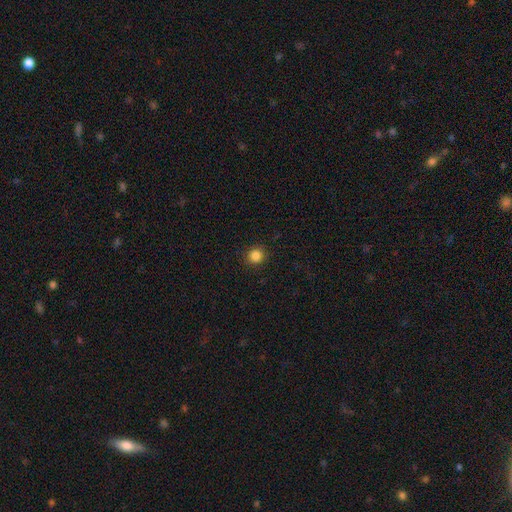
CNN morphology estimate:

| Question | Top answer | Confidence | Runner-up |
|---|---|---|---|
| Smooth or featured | smooth | 84% | star or artifact (12%) |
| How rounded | round | 92% | in between (7%) |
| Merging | none | 91% | minor disturbance (6%) |